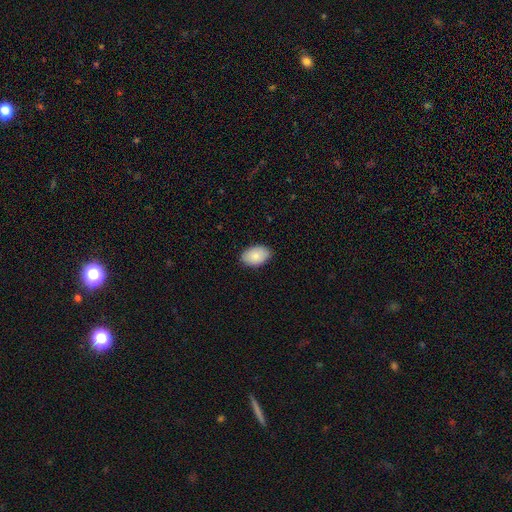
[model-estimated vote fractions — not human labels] This appears to be a smooth galaxy with no disk features (86%) that is in between round and cigar-shaped (91%). Merging: none (86%).